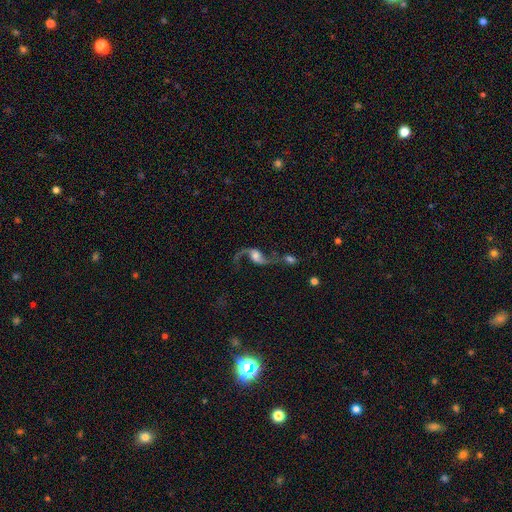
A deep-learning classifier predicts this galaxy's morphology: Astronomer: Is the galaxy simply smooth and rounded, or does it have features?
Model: featured or disk — 84%.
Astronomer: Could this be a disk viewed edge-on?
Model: no — 94%.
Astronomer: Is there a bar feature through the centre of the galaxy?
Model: no — 51% (runner-up: weak, 36%).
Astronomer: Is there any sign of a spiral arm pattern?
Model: yes — 94%.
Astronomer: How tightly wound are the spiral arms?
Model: loose — 91%.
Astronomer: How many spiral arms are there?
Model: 2 — 90%.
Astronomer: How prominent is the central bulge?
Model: moderate — 34% (runner-up: large, 31%).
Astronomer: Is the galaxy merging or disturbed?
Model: none — 42% (runner-up: merger, 32%).